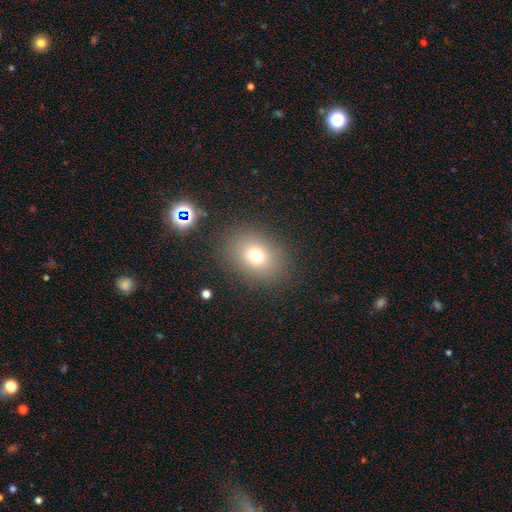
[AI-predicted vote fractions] This is likely a smooth galaxy (73%). How rounded: possibly in between (52%). Merging: clearly none (85%).